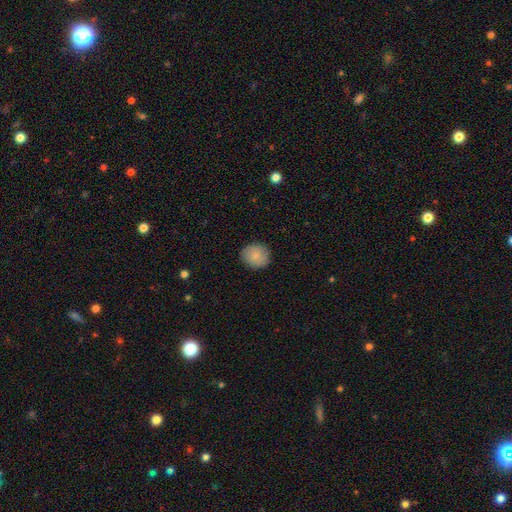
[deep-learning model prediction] smooth 87%, star or artifact 7%, featured or disk 6%. Down the decision tree: how rounded — round (82%); merging — none (88%).